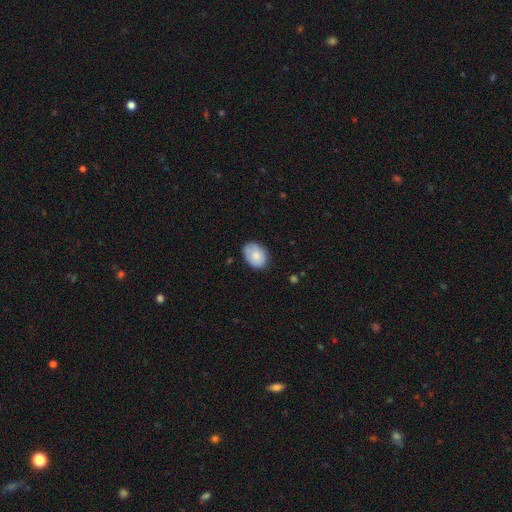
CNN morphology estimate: Smooth or featured? smooth (81%)
How rounded? in between (77%)
Merging? none (75%)